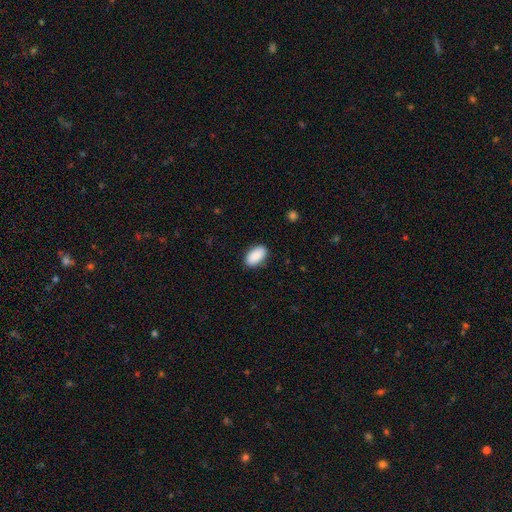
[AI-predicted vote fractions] smooth-or-featured: smooth: 90% | star or artifact: 6% | featured or disk: 3%
  how-rounded: in between: 94% | round: 4% | cigar-shaped: 2%
  merging: none: 87% | minor disturbance: 10% | major disturbance: 2% | merger: 1%